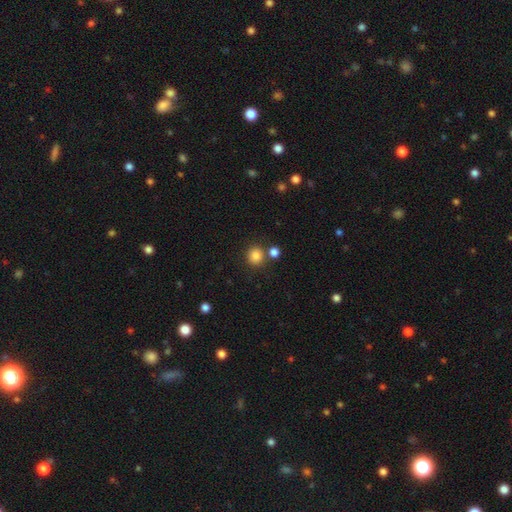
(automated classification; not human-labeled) A smooth galaxy with no disk features (84%) that is round (90%). Merging: none (78%).